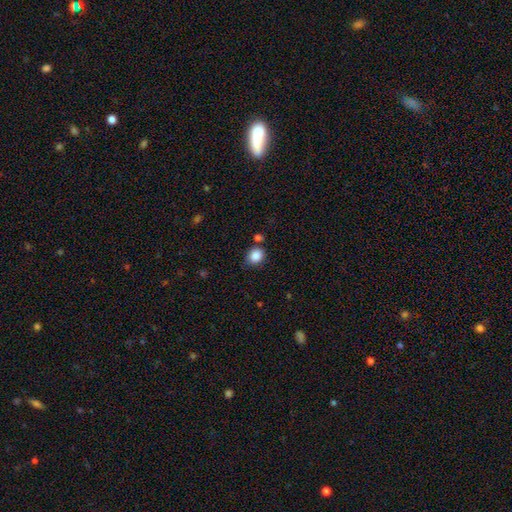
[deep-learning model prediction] smooth 87%, star or artifact 9%, featured or disk 4%. Down the decision tree: how rounded — round (59%); merging — none (70%).